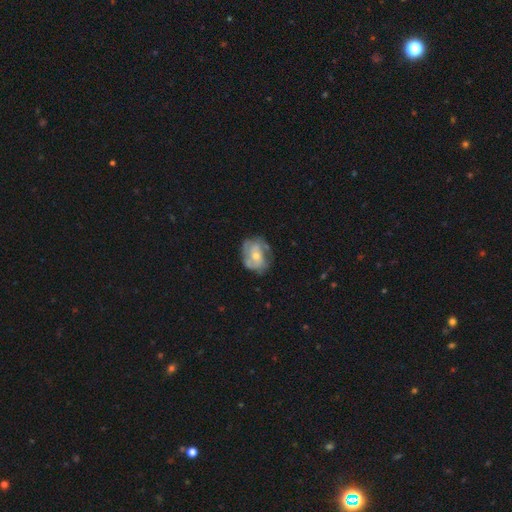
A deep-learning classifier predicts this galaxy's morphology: Q: Smooth or featured?
A: featured or disk (66%); runner-up: smooth (26%)
Q: Edge-on disk?
A: no (97%); runner-up: yes (3%)
Q: Bar?
A: no (66%); runner-up: weak (27%)
Q: Spiral arms?
A: yes (75%); runner-up: no (25%)
Q: Bulge size?
A: moderate (54%); runner-up: small (42%)
Q: Merging?
A: none (64%); runner-up: minor disturbance (24%)